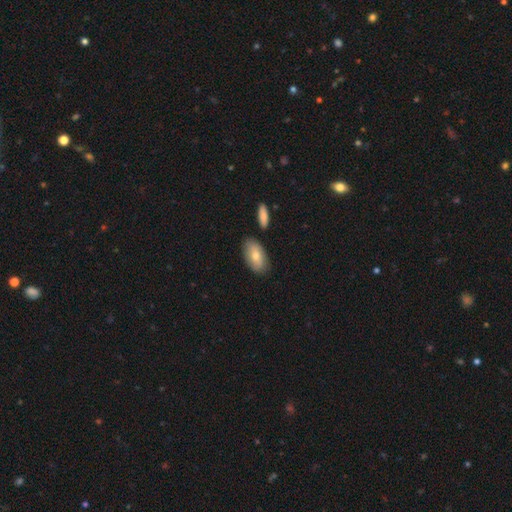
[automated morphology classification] Overall: smooth (74%). How rounded: in between (93%). Merging: none (81%).